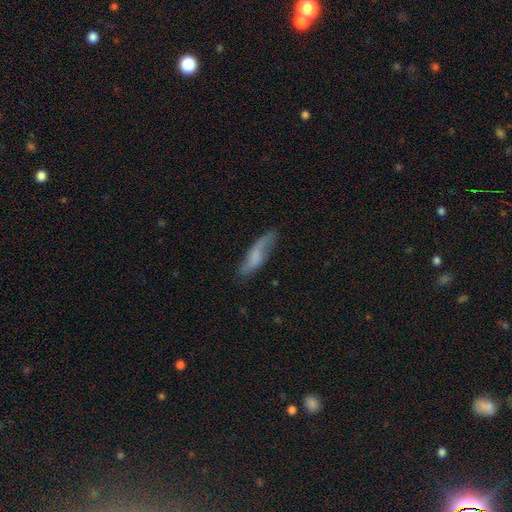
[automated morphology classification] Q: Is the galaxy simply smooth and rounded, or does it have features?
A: smooth — 56%.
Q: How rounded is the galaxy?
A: cigar-shaped — 61%.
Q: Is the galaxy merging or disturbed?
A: none — 66%.